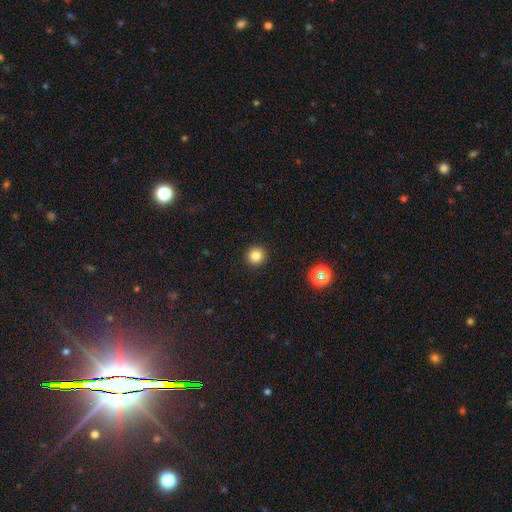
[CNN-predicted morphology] A smooth galaxy with no disk features (82%) that is round (96%). Merging: none (93%).